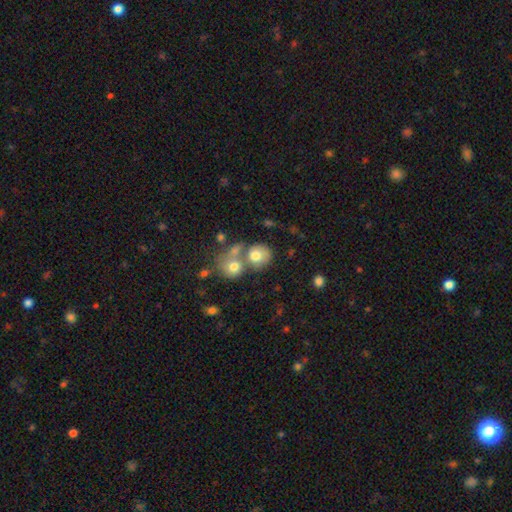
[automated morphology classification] Smooth or featured: smooth — 74% (featured or disk — 17%)
How rounded: round — 78% (in between — 21%)
Merging: merger — 51% (none — 33%)